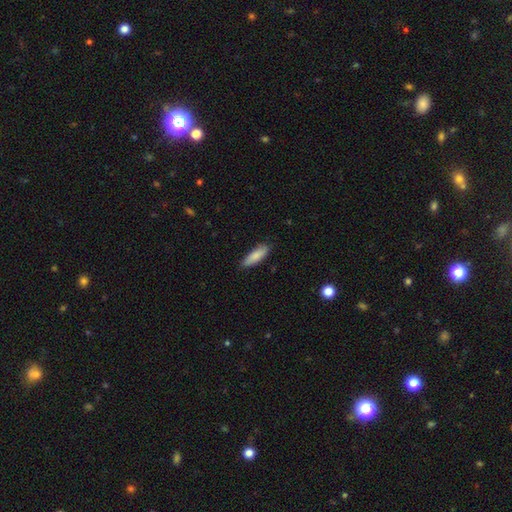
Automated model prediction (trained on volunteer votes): Smooth or featured: smooth — 85% (featured or disk — 10%)
How rounded: cigar-shaped — 51% (in between — 47%)
Merging: none — 81% (minor disturbance — 16%)